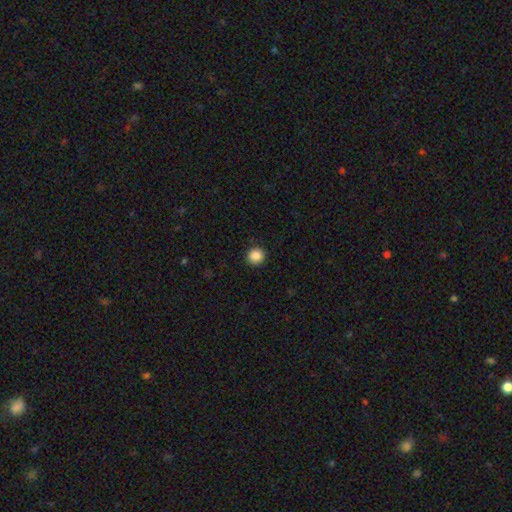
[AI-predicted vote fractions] smooth-or-featured: smooth: 87% | star or artifact: 10% | featured or disk: 3%
  how-rounded: round: 93% | in between: 6% | cigar-shaped: 1%
  merging: none: 92% | minor disturbance: 5% | major disturbance: 2% | merger: 1%